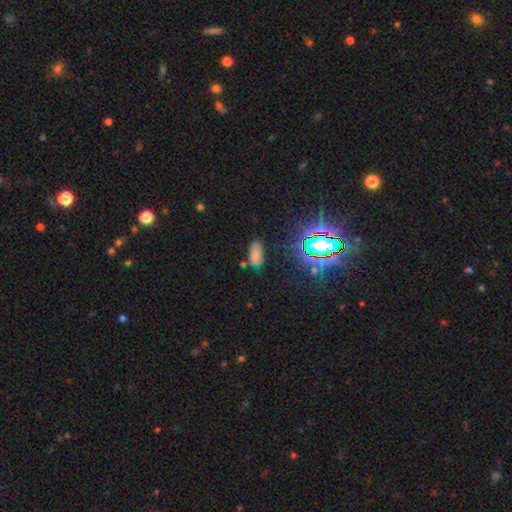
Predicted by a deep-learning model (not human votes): Smooth or featured? smooth (64%)
How rounded? in between (91%)
Merging? none (71%)